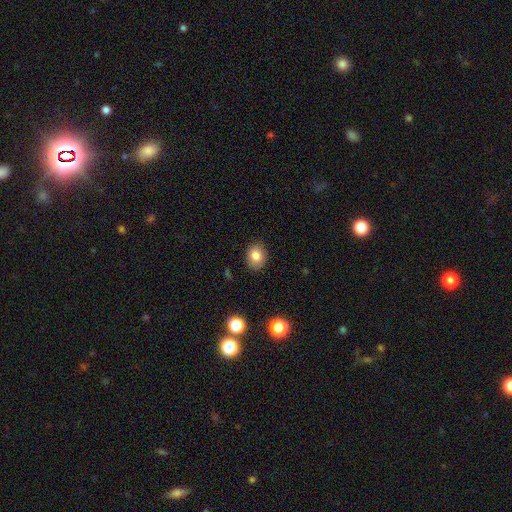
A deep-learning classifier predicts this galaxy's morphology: This is clearly a smooth galaxy (82%). How rounded: possibly round (52%). Merging: clearly none (87%).